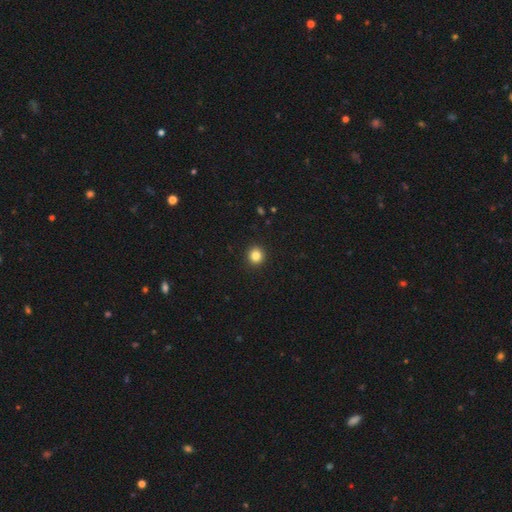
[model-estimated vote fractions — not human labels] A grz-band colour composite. It shows a smooth galaxy with no disk features (84%) that is round (92%). Merging: none (93%).